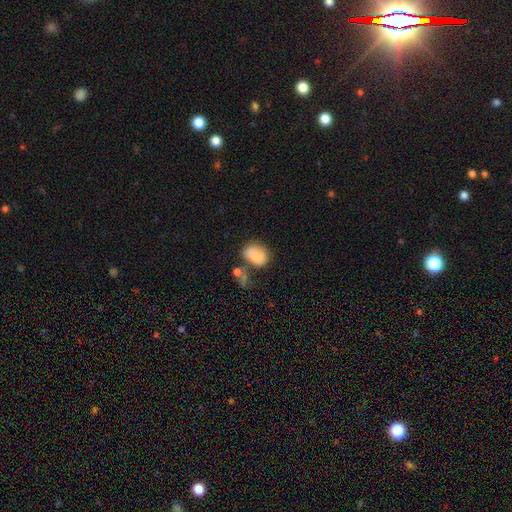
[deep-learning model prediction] Smooth or featured? Predicted: smooth (p=0.83). How rounded? Predicted: in between (p=0.72). Merging? Predicted: none (p=0.51).